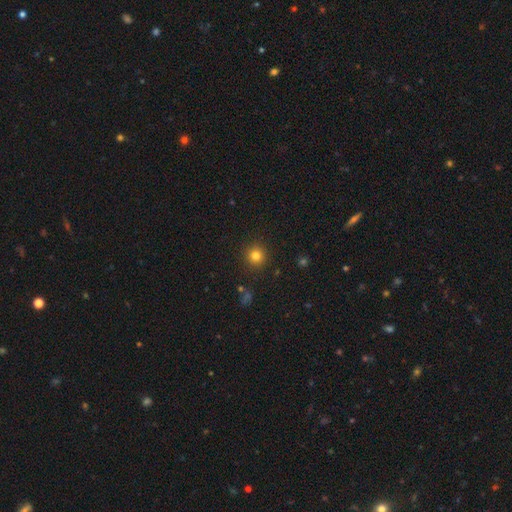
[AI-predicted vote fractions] This is clearly a smooth galaxy (81%). How rounded: clearly round (94%). Merging: clearly none (91%).